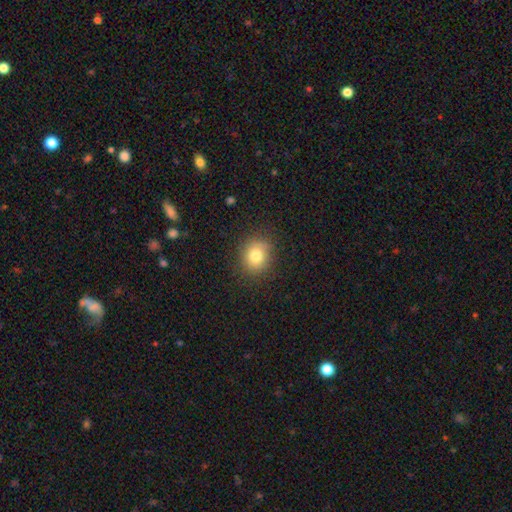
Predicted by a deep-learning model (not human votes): smooth-or-featured: smooth: 79% | star or artifact: 12% | featured or disk: 9%
  how-rounded: round: 77% | in between: 22% | cigar-shaped: 1%
  merging: none: 84% | minor disturbance: 12% | major disturbance: 4% | merger: 1%